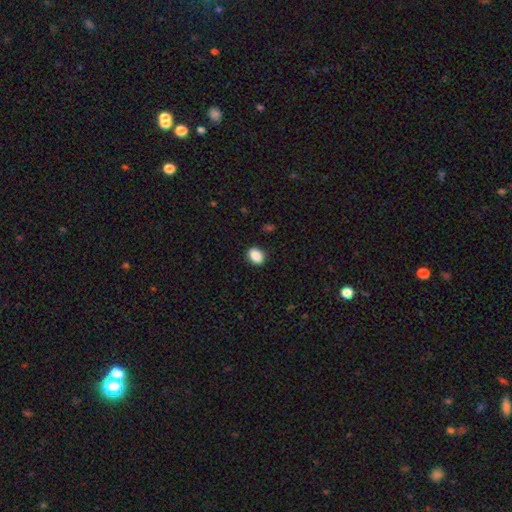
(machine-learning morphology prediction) type=smooth (89%); roundness=in between (75%); merging=none (89%).